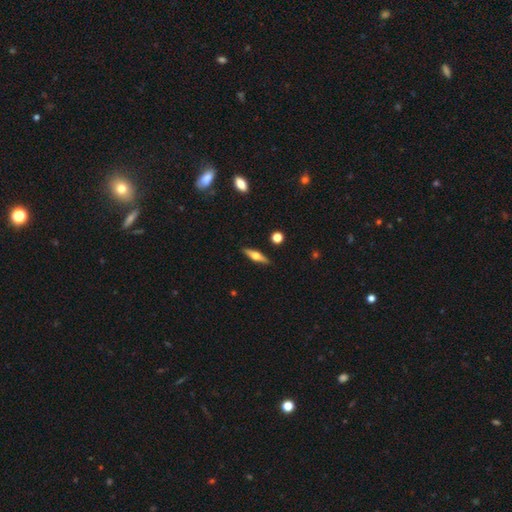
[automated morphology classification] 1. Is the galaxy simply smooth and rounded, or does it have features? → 58% featured or disk, 35% smooth, 6% star or artifact.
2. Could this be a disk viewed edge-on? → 94% yes, 6% no.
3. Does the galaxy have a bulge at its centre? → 94% rounded, 4% boxy, 2% none.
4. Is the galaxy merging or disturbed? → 89% none, 7% minor disturbance, 2% major disturbance, 2% merger.